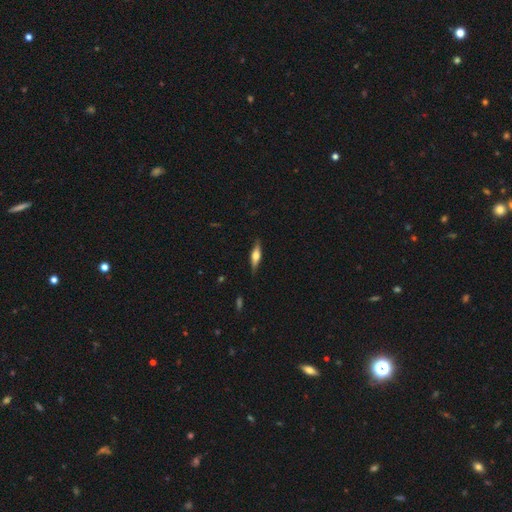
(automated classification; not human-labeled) This appears to be a featured or disk galaxy (55%) viewed edge-on (94%) with a rounded central bulge (85%). Merging: none (86%).